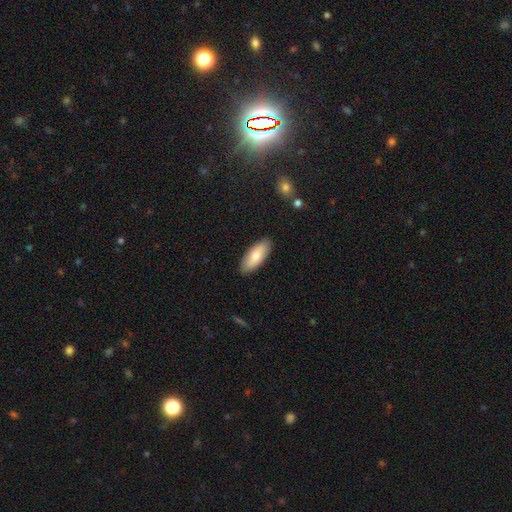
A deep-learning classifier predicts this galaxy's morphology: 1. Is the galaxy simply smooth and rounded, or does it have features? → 76% smooth, 18% featured or disk, 6% star or artifact.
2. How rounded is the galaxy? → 78% in between, 20% cigar-shaped, 2% round.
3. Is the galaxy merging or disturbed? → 89% none, 8% minor disturbance, 2% major disturbance, 1% merger.